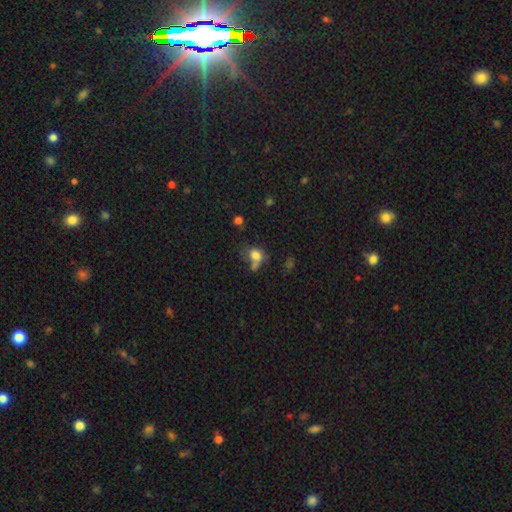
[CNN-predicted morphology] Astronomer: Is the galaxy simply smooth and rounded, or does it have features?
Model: smooth — 74%.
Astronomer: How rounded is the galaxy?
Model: in between — 56% (runner-up: round, 42%).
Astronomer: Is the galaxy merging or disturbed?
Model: none — 34% (runner-up: merger, 24%).